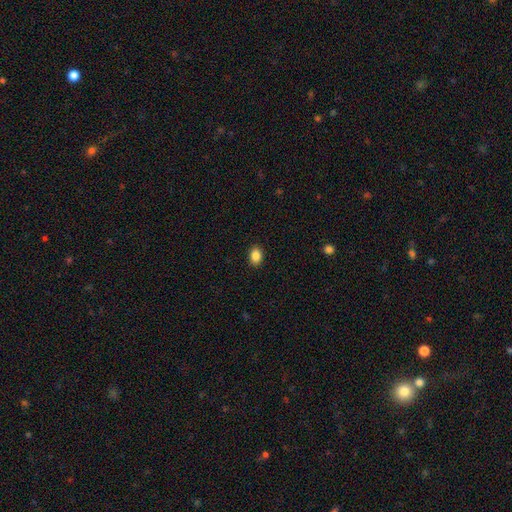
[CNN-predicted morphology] Smooth or featured? Predicted: smooth (p=0.87). How rounded? Predicted: in between (p=0.72). Merging? Predicted: none (p=0.90).